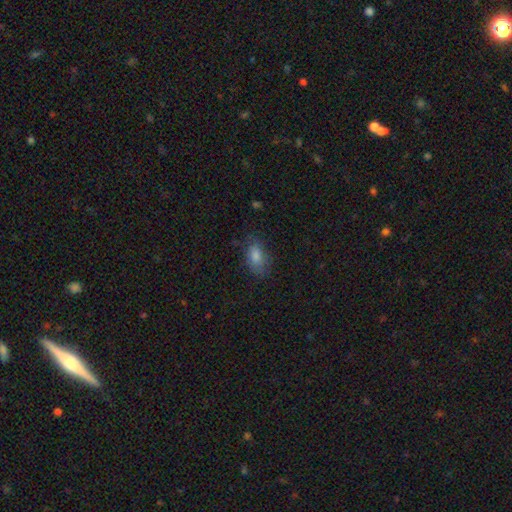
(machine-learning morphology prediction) Overall: smooth (76%). How rounded: in between (87%). Merging: none (72%).